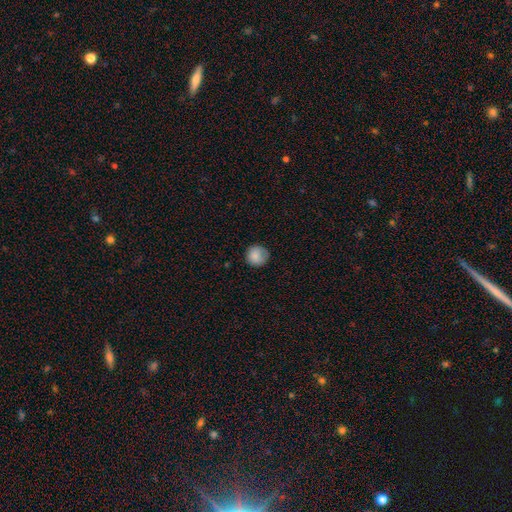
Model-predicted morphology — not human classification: Overall: smooth (86%). How rounded: round (93%). Merging: none (81%).